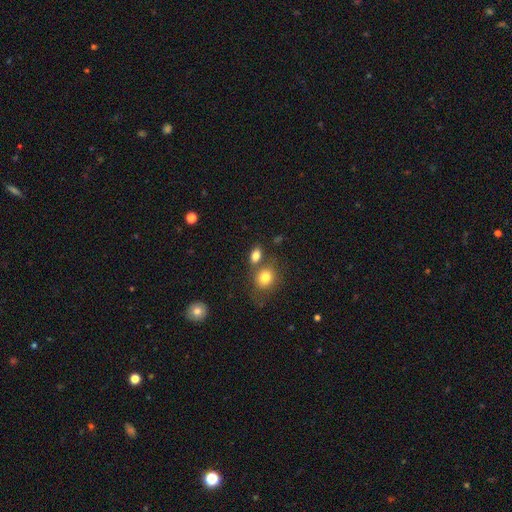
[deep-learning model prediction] Overall: smooth (81%). How rounded: in between (75%). Merging: none (59%; merger 25%).